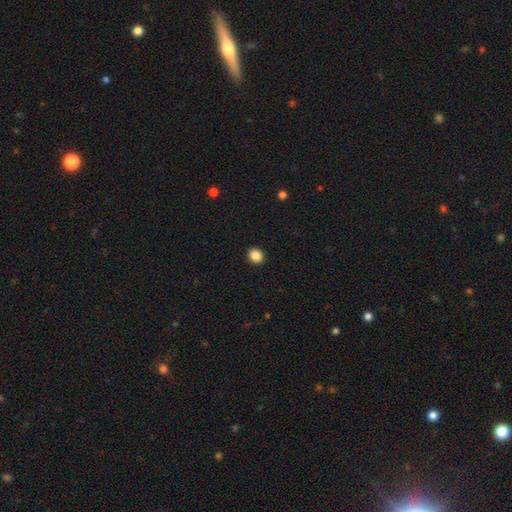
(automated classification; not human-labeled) Q: Smooth or featured?
A: smooth (88%); runner-up: star or artifact (9%)
Q: How rounded?
A: round (60%); runner-up: in between (39%)
Q: Merging?
A: none (93%); runner-up: minor disturbance (5%)